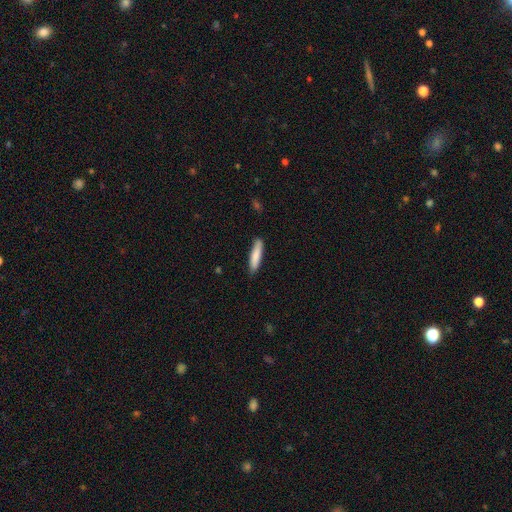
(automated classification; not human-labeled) A smooth galaxy with no disk features (82%) that is cigar-shaped (84%). Merging: none (84%).